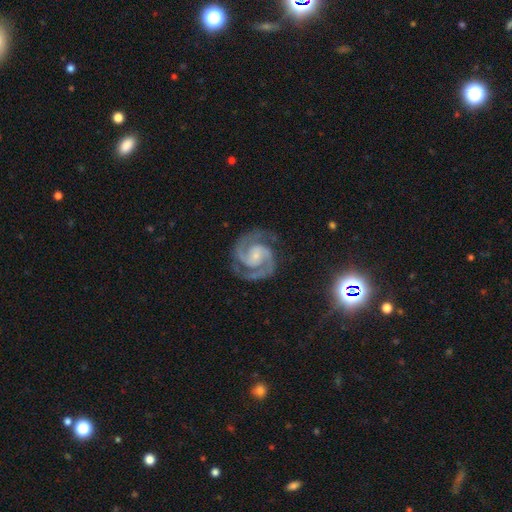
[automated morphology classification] Overall: featured or disk (94%). Edge-on disk: no (98%). Bar: no (49%; weak 36%). Spiral arms: yes (99%). Spiral arm count: 2 (93%). Spiral winding: medium (49%; tight 46%). Bulge size: small (62%). Merging: none (82%).